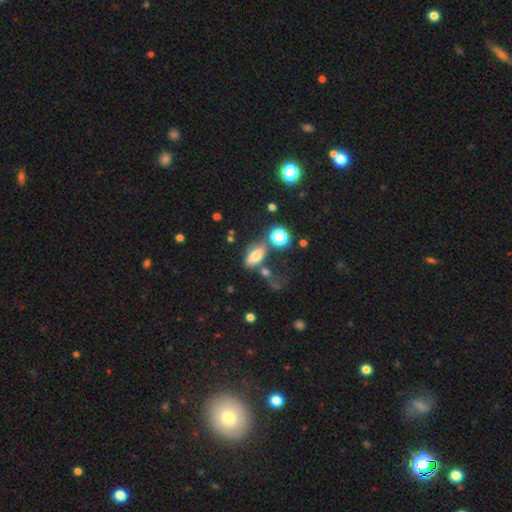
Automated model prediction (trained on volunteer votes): smooth-or-featured: smooth: 71% | star or artifact: 15% | featured or disk: 15%
  how-rounded: in between: 83% | round: 10% | cigar-shaped: 7%
  merging: none: 45% | merger: 20% | minor disturbance: 20% | major disturbance: 15%